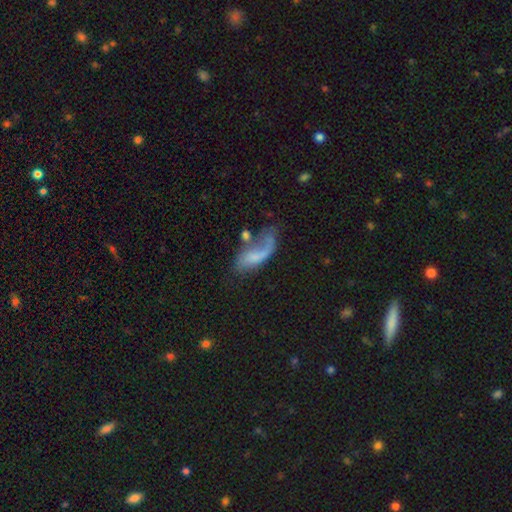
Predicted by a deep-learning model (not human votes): A featured or disk galaxy (50%).

Vote fractions:
- Smooth or featured? featured or disk: 50% / smooth: 41% / star or artifact: 9%
- Edge-on disk? no: 93% / yes: 7%
- Merging? major disturbance: 39% / none: 26% / minor disturbance: 18% / merger: 17%